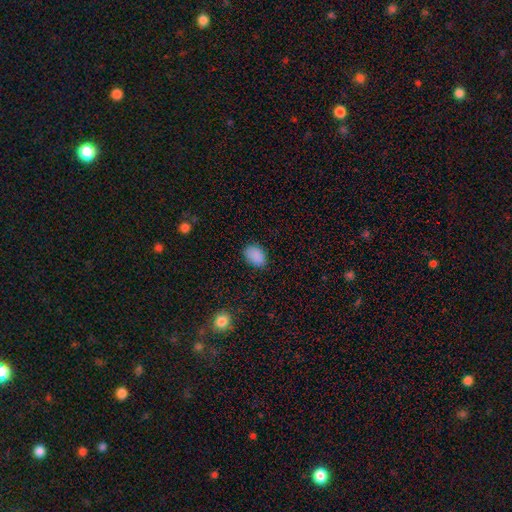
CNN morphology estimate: The model was most divided on "merging": none: 82%, minor disturbance: 14%, major disturbance: 3%, merger: 1%. More confident: smooth or featured — smooth (88%); how rounded — in between (86%).